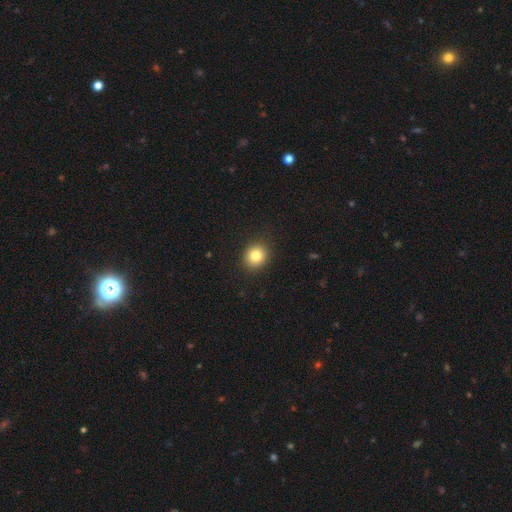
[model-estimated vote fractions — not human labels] Q: Smooth or featured?
A: smooth (82%); runner-up: star or artifact (11%)
Q: How rounded?
A: round (79%); runner-up: in between (20%)
Q: Merging?
A: none (90%); runner-up: minor disturbance (7%)